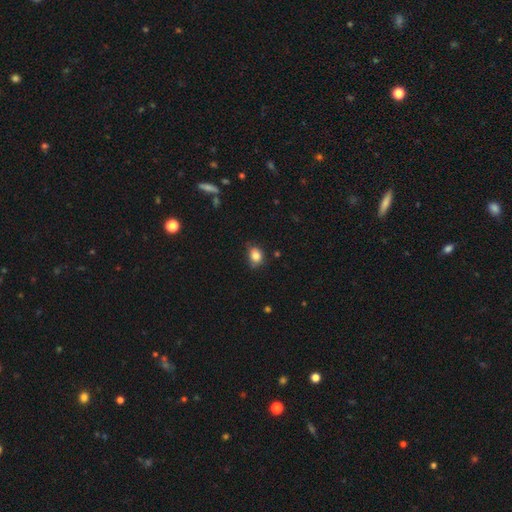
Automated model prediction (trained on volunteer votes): A smooth galaxy with no disk features (83%) that is in between round and cigar-shaped (54%). Merging: none (64%).